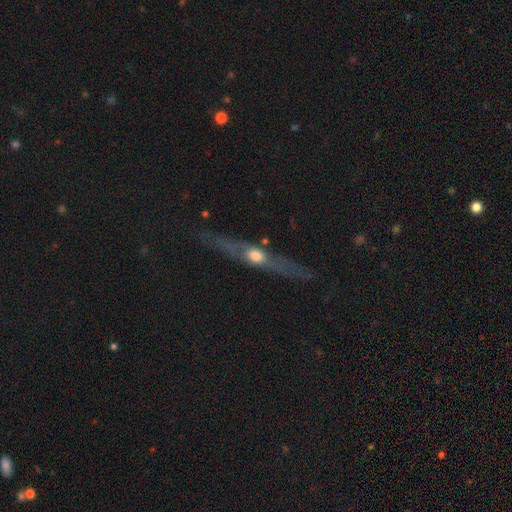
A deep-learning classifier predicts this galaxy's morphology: This is likely a featured or disk galaxy (71%). It is clearly viewed edge-on (89%). Edge-on bulge: clearly rounded (91%). Merging: likely none (79%).